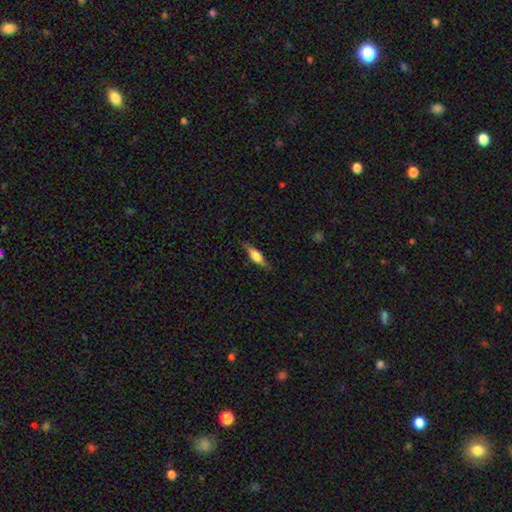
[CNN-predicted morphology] A featured or disk galaxy (48%).

Vote fractions:
- Smooth or featured? featured or disk: 48% / smooth: 45% / star or artifact: 7%
- Merging? none: 81% / minor disturbance: 15% / major disturbance: 3% / merger: 1%